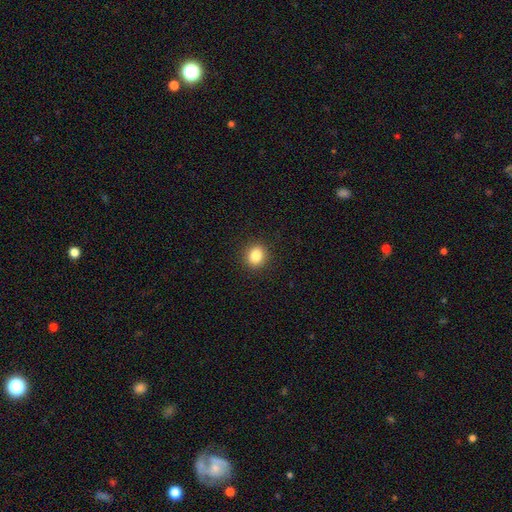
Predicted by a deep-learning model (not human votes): Smooth or featured? Predicted: smooth (p=0.84). How rounded? Predicted: round (p=0.76). Merging? Predicted: none (p=0.91).